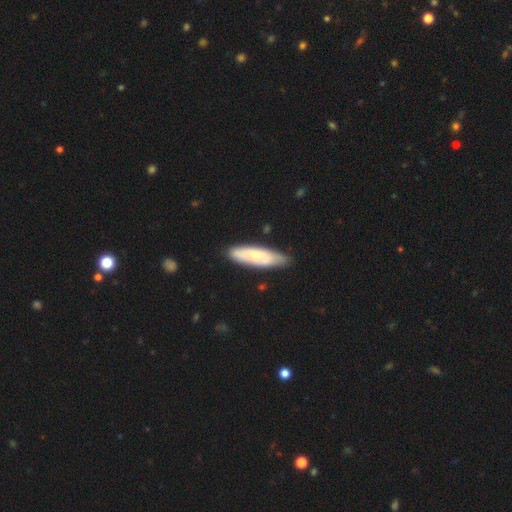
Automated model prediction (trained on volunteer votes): This appears to be a smooth galaxy with no disk features (55%) that is cigar-shaped (59%). Merging: none (76%).